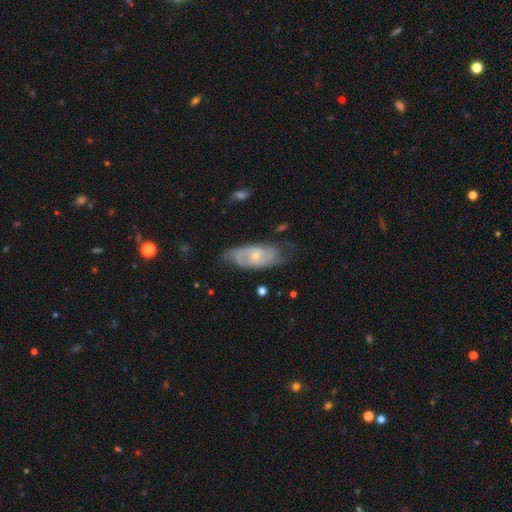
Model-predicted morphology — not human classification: The model was most divided on "spiral winding": tight: 44%, medium: 41%, loose: 14%. More confident: edge-on disk — no (92%); spiral arms — yes (91%); smooth or featured — featured or disk (78%); merging — none (65%); bulge size — small (64%); spiral arm count — 2 (62%); bar — no (53%).